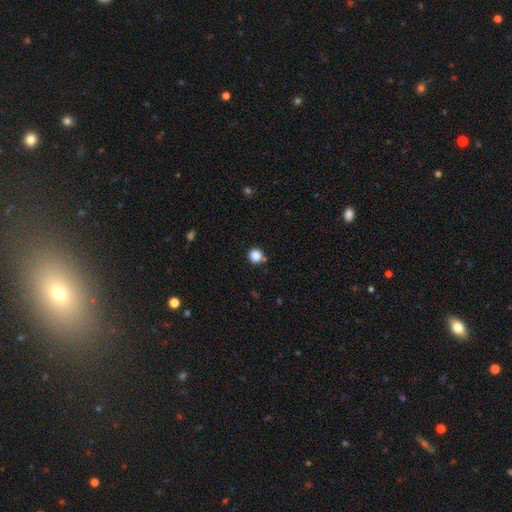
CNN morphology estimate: smooth_or_featured: smooth (p=0.86) [alt: star or artifact p=0.11]
how_rounded: round (p=0.92) [alt: in between p=0.07]
merging: none (p=0.78) [alt: minor disturbance p=0.13]